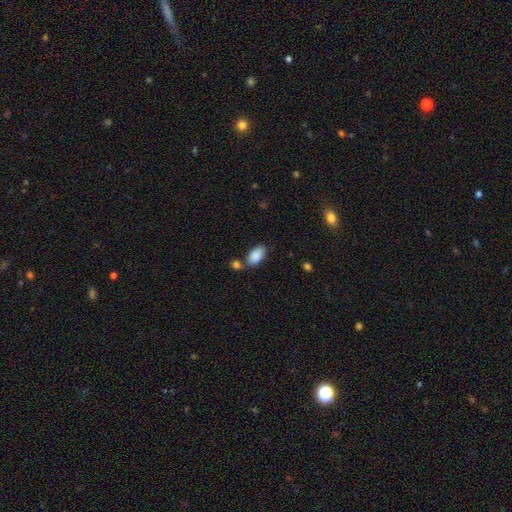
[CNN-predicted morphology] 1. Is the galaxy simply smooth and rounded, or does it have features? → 89% smooth, 7% star or artifact, 4% featured or disk.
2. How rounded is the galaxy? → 94% in between, 4% round, 2% cigar-shaped.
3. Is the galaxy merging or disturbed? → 63% none, 19% merger, 14% minor disturbance, 4% major disturbance.